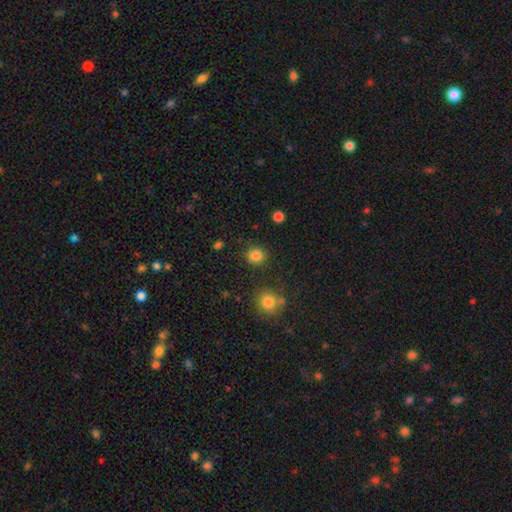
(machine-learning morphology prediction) A smooth galaxy with no disk features (85%) that is round (88%).

Vote fractions:
- Smooth or featured? smooth: 85% / star or artifact: 11% / featured or disk: 4%
- How rounded? round: 88% / in between: 11% / cigar-shaped: 1%
- Merging? none: 87% / minor disturbance: 7% / major disturbance: 3% / merger: 3%